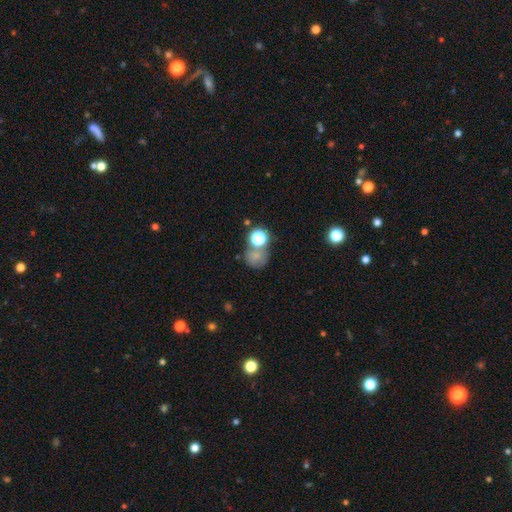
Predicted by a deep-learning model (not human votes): Q: Smooth or featured?
A: smooth (65%); runner-up: star or artifact (22%)
Q: How rounded?
A: round (74%); runner-up: in between (25%)
Q: Merging?
A: none (44%); runner-up: merger (32%)